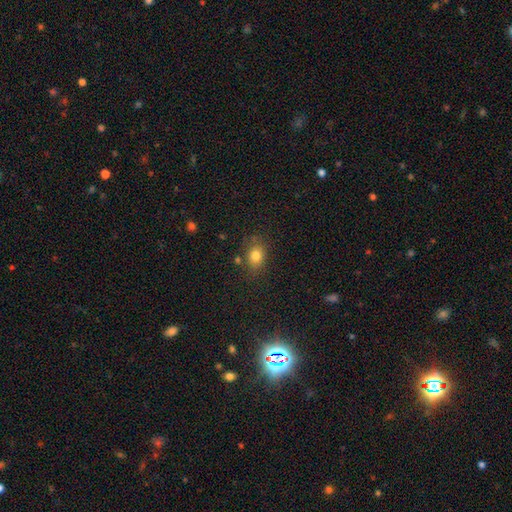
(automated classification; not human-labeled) The model was most divided on "how rounded": in between: 61%, round: 38%, cigar-shaped: 1%. More confident: smooth or featured — smooth (81%); merging — none (74%).